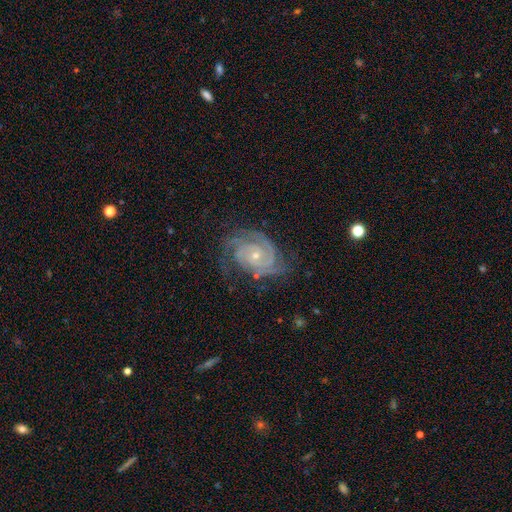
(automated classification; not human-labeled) Smooth or featured? featured or disk (91%)
Edge-on disk? no (98%)
Bar? no (72%)
Spiral arms? yes (98%)
Spiral winding? tight (73%)
Spiral arm count? 3 (37%)
Bulge size? small (72%)
Merging? none (73%)